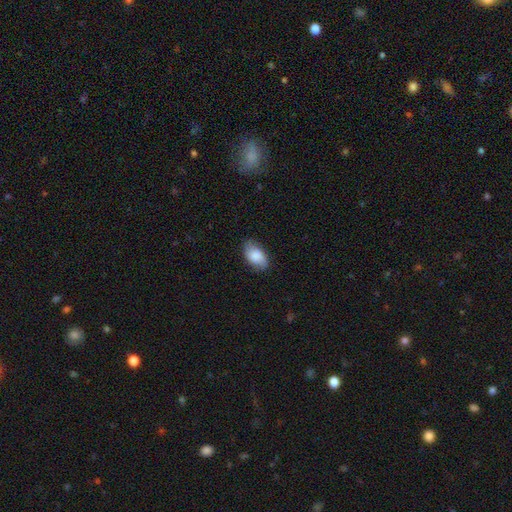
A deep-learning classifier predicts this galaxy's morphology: The model was most divided on "merging": none: 78%, minor disturbance: 17%, major disturbance: 3%, merger: 1%. More confident: how rounded — in between (93%); smooth or featured — smooth (80%).